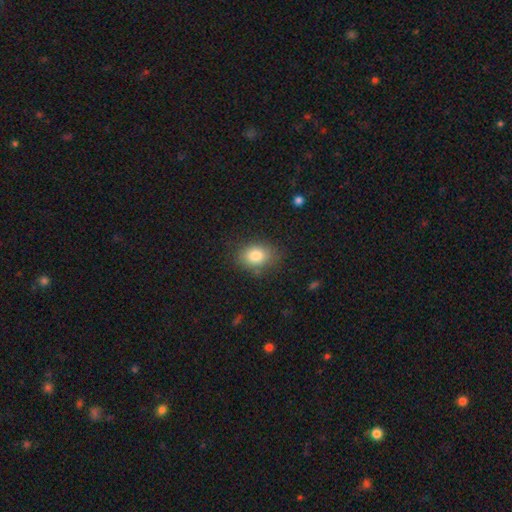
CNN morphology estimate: type=smooth (82%); roundness=in between (66%); merging=none (79%).